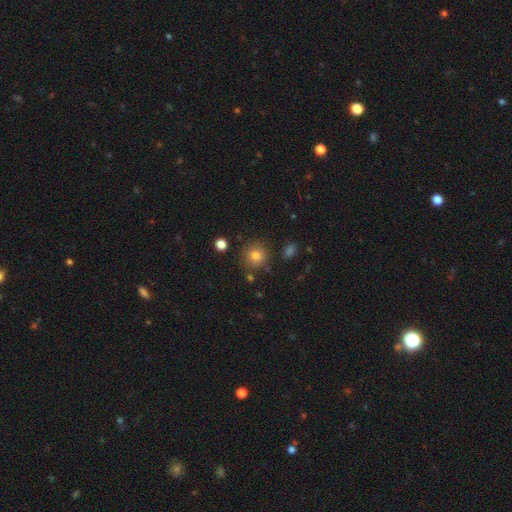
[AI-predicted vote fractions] A smooth galaxy with no disk features (80%) that is round (91%).

Vote fractions:
- Smooth or featured? smooth: 80% / star or artifact: 12% / featured or disk: 8%
- How rounded? round: 91% / in between: 8% / cigar-shaped: 1%
- Merging? none: 83% / minor disturbance: 10% / merger: 4% / major disturbance: 3%